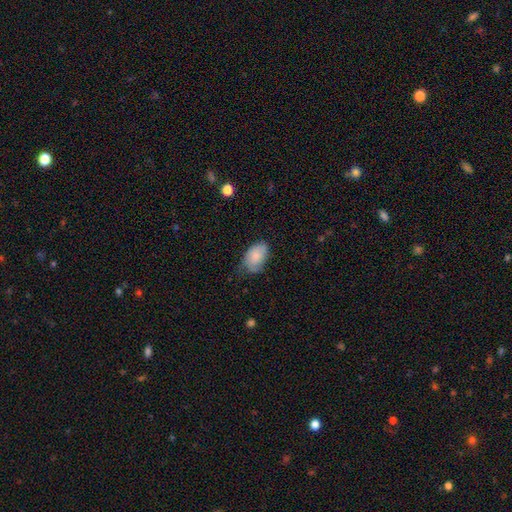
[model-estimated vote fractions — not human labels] Overall: smooth (75%). How rounded: in between (90%). Merging: none (47%; minor disturbance 39%).